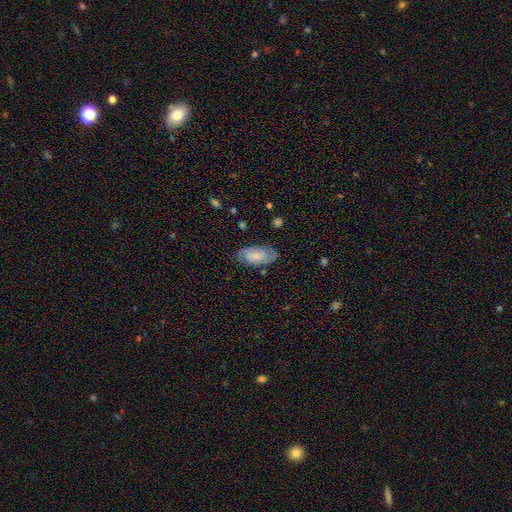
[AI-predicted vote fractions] smooth_or_featured: smooth (p=0.53) [alt: featured or disk p=0.39]
how_rounded: in between (p=0.92) [alt: cigar-shaped p=0.05]
merging: none (p=0.76) [alt: minor disturbance p=0.18]